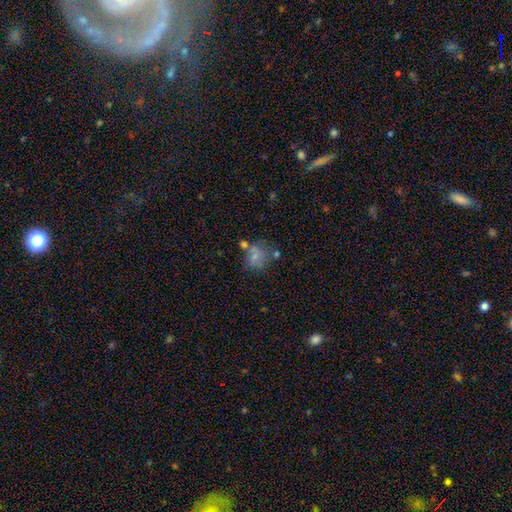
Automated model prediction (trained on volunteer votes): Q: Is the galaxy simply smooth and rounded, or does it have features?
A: smooth — 62%.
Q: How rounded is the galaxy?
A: round — 61%.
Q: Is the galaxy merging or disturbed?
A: none — 41%.